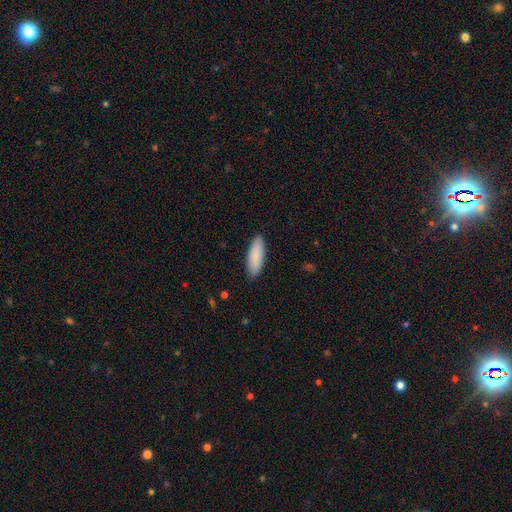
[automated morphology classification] type=smooth (88%); roundness=in between (61%); merging=none (89%).